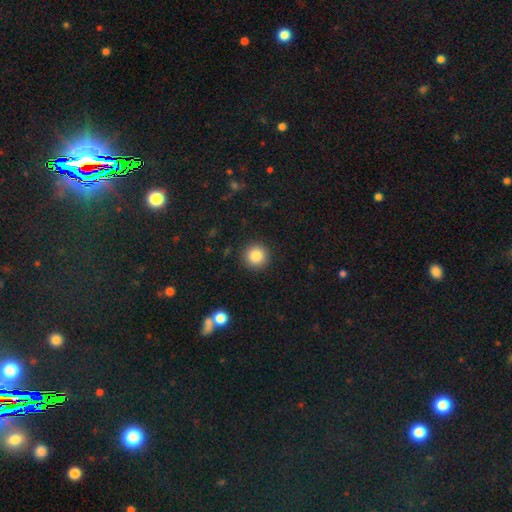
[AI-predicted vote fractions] Overall: smooth (85%). How rounded: round (95%). Merging: none (92%).